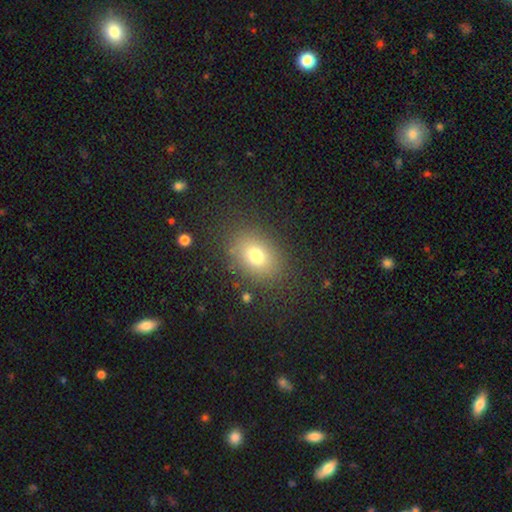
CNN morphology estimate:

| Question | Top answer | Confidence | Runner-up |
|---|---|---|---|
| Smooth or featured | smooth | 76% | star or artifact (12%) |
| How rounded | in between | 70% | round (29%) |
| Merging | none | 83% | minor disturbance (10%) |